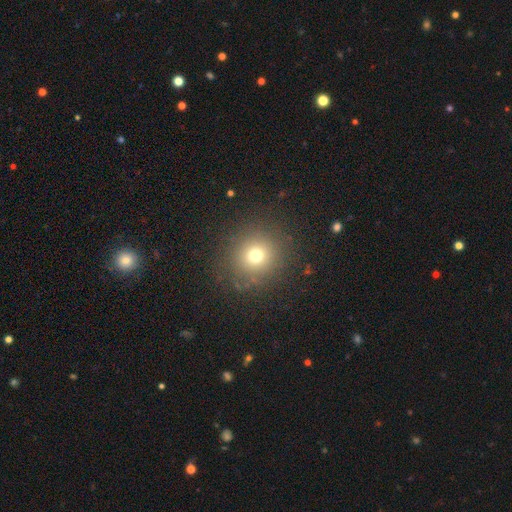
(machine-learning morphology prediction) smooth_or_featured: smooth (p=0.71) [alt: star or artifact p=0.18]
how_rounded: round (p=0.91) [alt: in between p=0.08]
merging: none (p=0.86) [alt: minor disturbance p=0.08]